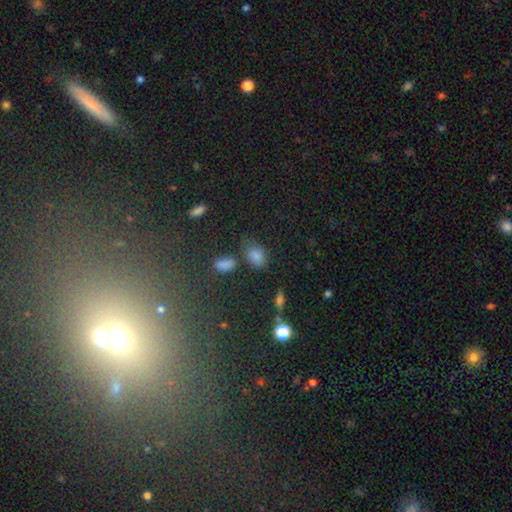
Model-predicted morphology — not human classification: This is likely a smooth galaxy (79%). How rounded: likely in between (72%). Merging: likely none (67%).